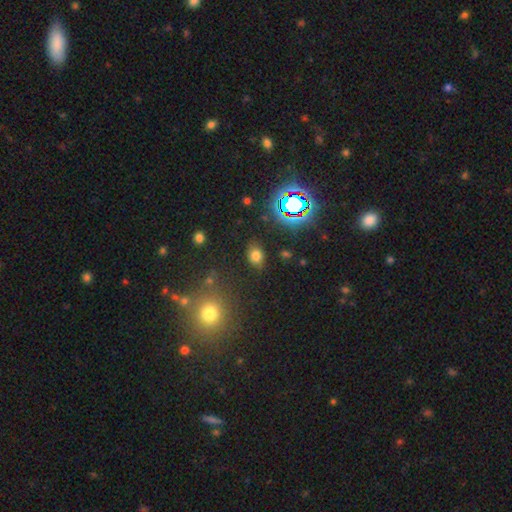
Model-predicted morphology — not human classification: smooth_or_featured: smooth (p=0.69) [alt: star or artifact p=0.22]
how_rounded: in between (p=0.71) [alt: round p=0.28]
merging: none (p=0.81) [alt: minor disturbance p=0.12]